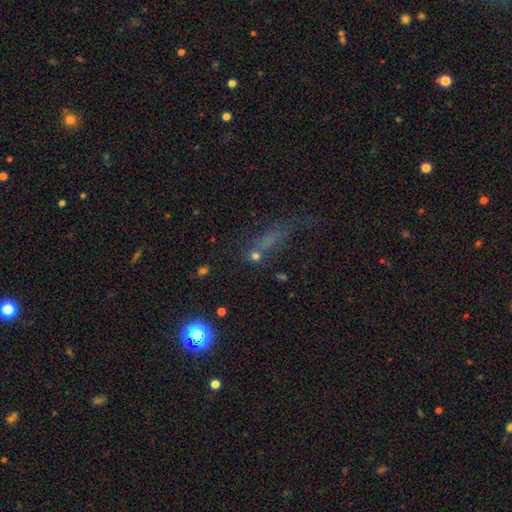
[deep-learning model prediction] Smooth or featured? smooth (54%)
How rounded? round (43%)
Merging? none (48%)